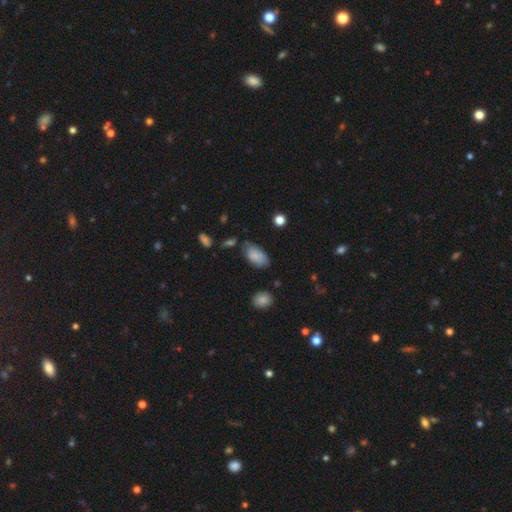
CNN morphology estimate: The model was most divided on "merging": none: 60%, minor disturbance: 28%, major disturbance: 7%, merger: 5%. More confident: how rounded — in between (94%); smooth or featured — smooth (83%).